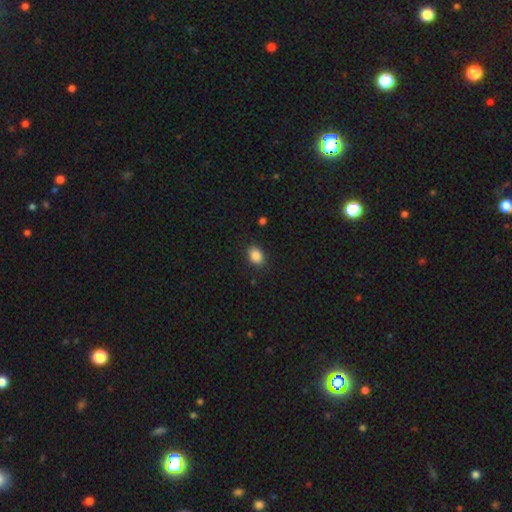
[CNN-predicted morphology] Smooth or featured?
  - smooth: 87% *
  - star or artifact: 9%
  - featured or disk: 4%
How rounded?
  - in between: 69% *
  - round: 29%
  - cigar-shaped: 1%
Merging?
  - none: 86% *
  - minor disturbance: 10%
  - major disturbance: 2%
  - merger: 1%